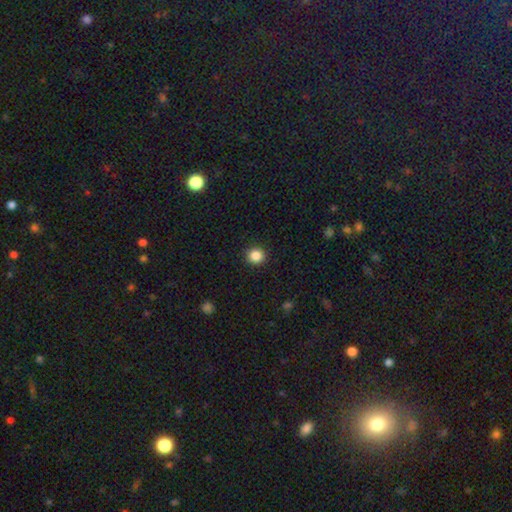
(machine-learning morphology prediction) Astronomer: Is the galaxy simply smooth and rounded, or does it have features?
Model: smooth — 86%.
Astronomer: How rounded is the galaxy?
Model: round — 93%.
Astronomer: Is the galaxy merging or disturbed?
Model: none — 92%.